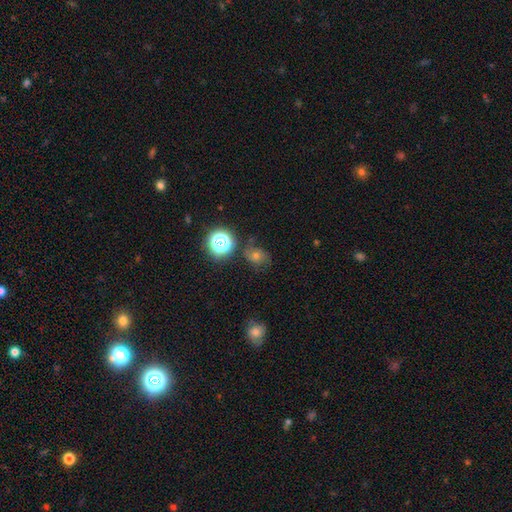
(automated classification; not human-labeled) Morphology: type=star or artifact (36%).